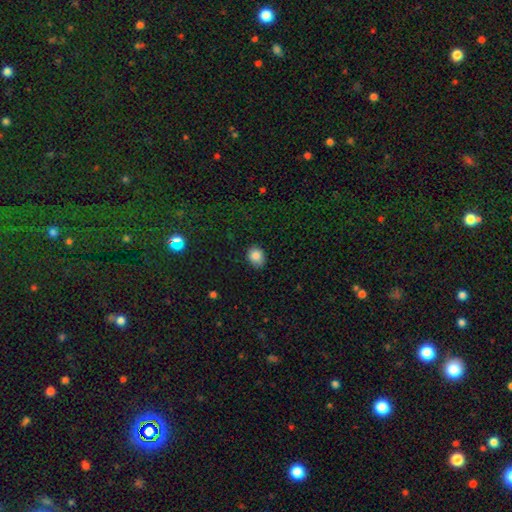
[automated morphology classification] This appears to be a smooth galaxy with no disk features (84%) that is in between round and cigar-shaped (50%). Merging: none (78%).